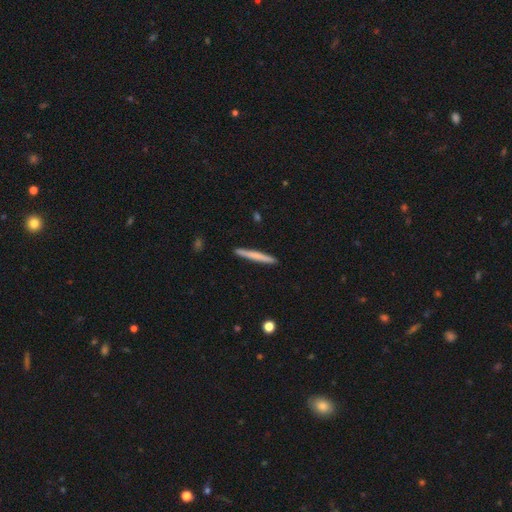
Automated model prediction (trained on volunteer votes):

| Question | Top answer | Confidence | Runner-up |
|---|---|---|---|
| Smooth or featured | smooth | 66% | featured or disk (29%) |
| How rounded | cigar-shaped | 97% | in between (2%) |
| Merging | none | 92% | minor disturbance (6%) |